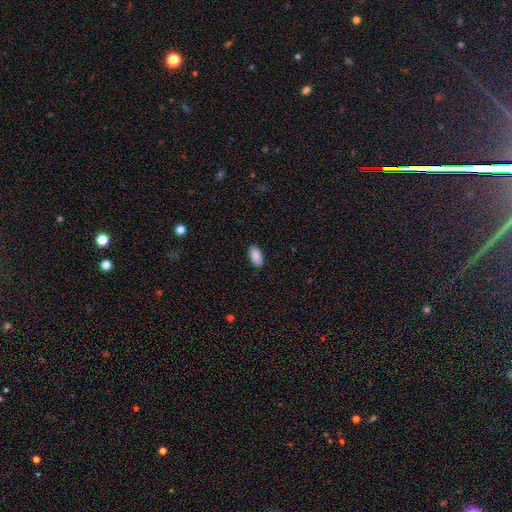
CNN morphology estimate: type=smooth (90%); roundness=in between (95%); merging=none (88%).